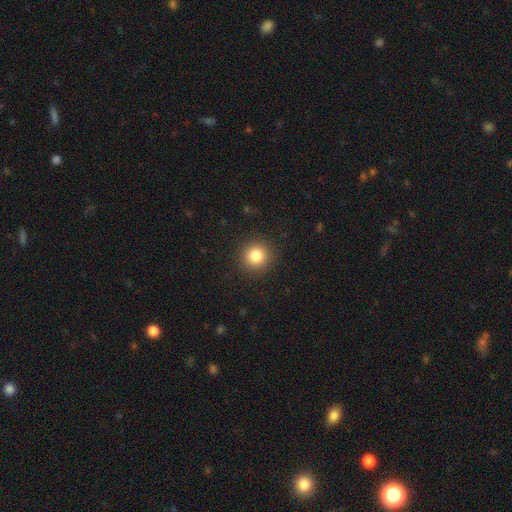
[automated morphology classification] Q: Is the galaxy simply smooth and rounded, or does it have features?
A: smooth — 83%.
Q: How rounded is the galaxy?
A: round — 94%.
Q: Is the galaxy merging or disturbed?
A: none — 91%.